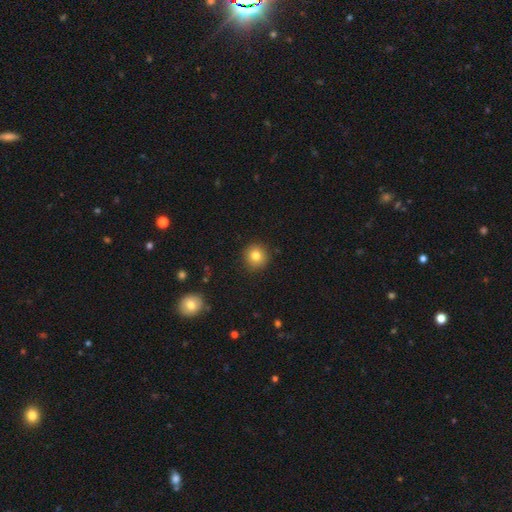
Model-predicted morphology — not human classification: Smooth or featured? smooth (81%)
How rounded? round (93%)
Merging? none (91%)